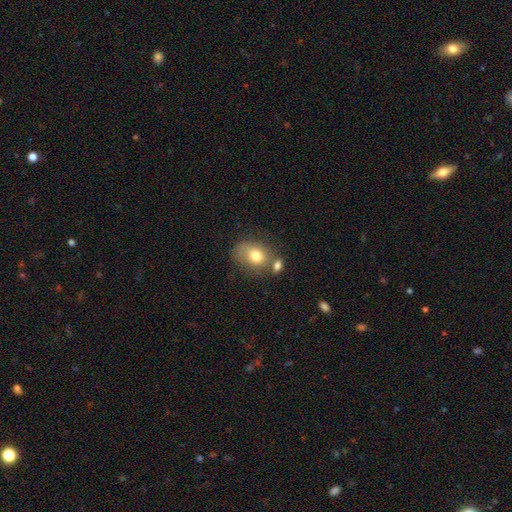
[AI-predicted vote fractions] A smooth galaxy with no disk features (75%) that is in between round and cigar-shaped (60%).

Vote fractions:
- Smooth or featured? smooth: 75% / featured or disk: 16% / star or artifact: 9%
- How rounded? in between: 60% / round: 39% / cigar-shaped: 1%
- Merging? none: 45% / merger: 27% / minor disturbance: 20% / major disturbance: 8%